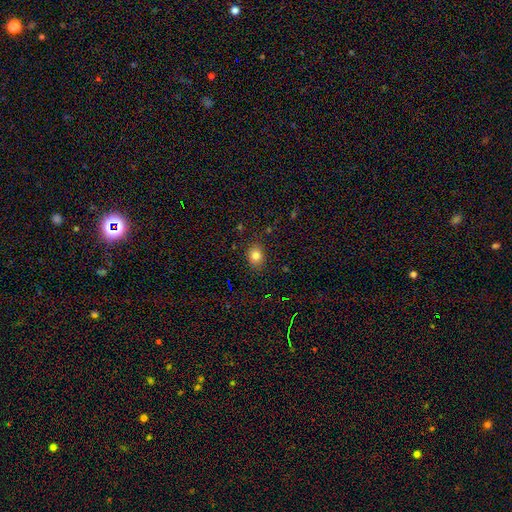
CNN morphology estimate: This is clearly a smooth galaxy (81%). How rounded: possibly round (51%). Merging: clearly none (86%).